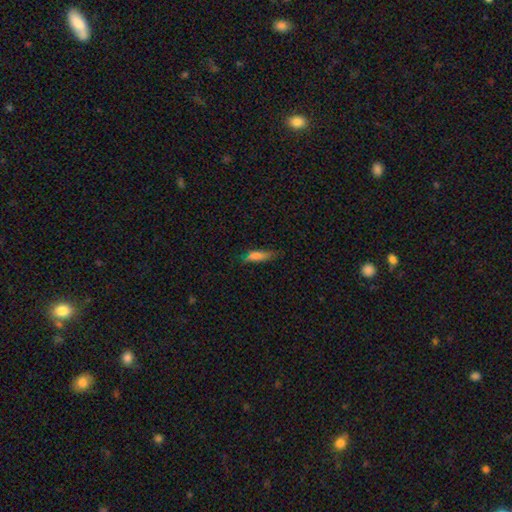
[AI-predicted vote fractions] A smooth galaxy with no disk features (66%) that is cigar-shaped (71%).

Vote fractions:
- Smooth or featured? smooth: 66% / featured or disk: 20% / star or artifact: 14%
- How rounded? cigar-shaped: 71% / in between: 26% / round: 3%
- Merging? none: 67% / minor disturbance: 24% / major disturbance: 7% / merger: 3%